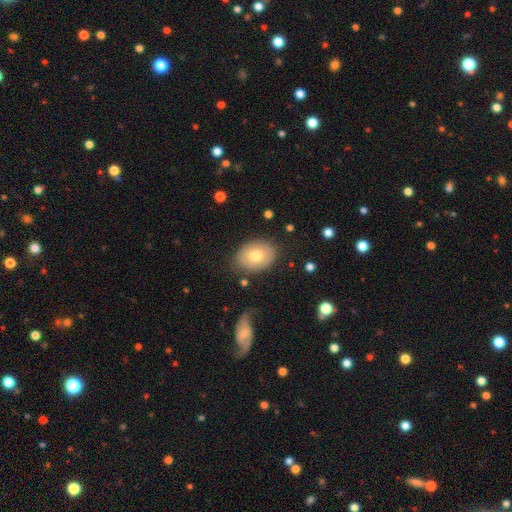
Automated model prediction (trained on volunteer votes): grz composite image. It shows a smooth galaxy with no disk features (70%) that is in between round and cigar-shaped (74%). Merging: none (78%).